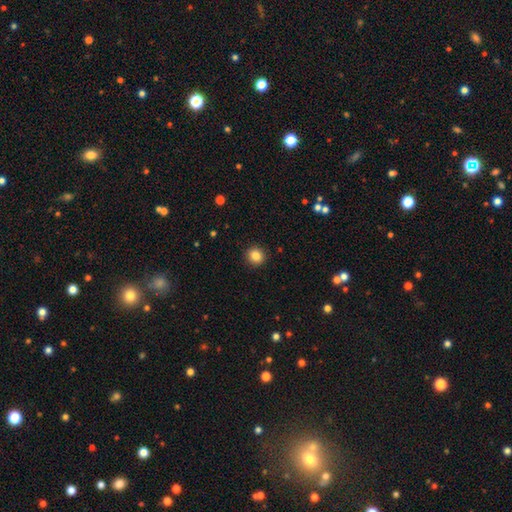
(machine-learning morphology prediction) Q: Smooth or featured?
A: smooth (83%); runner-up: star or artifact (11%)
Q: How rounded?
A: round (93%); runner-up: in between (6%)
Q: Merging?
A: none (93%); runner-up: minor disturbance (5%)